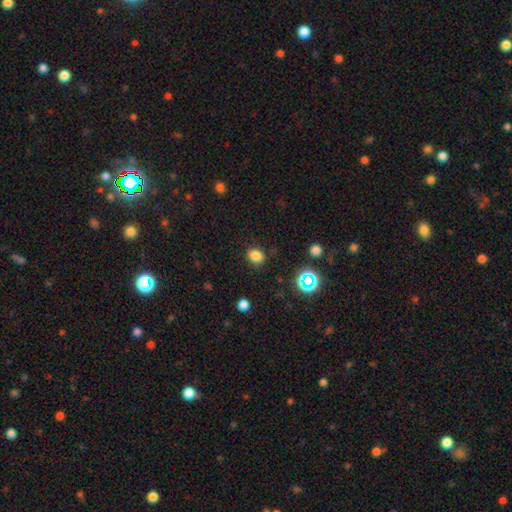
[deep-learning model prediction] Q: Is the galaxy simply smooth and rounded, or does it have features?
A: smooth — 80%.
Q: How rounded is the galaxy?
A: round — 58%.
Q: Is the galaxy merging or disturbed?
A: none — 84%.